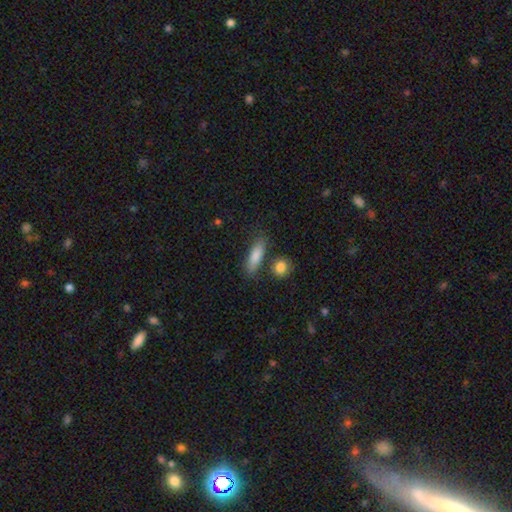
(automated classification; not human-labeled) Morphology: type=smooth (82%); roundness=cigar-shaped (54%); merging=none (76%).